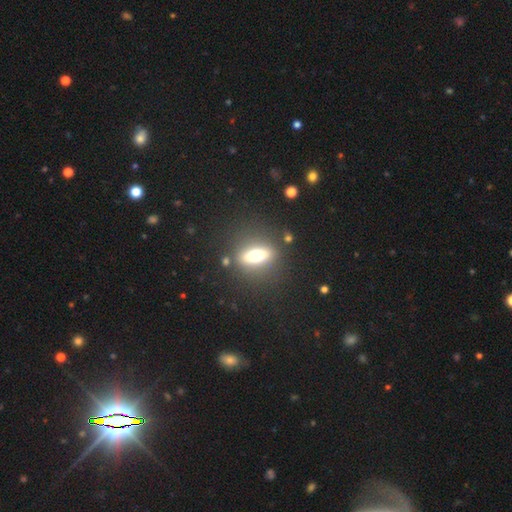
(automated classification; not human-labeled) Q: Smooth or featured?
A: smooth (54%); runner-up: featured or disk (35%)
Q: How rounded?
A: in between (58%); runner-up: cigar-shaped (31%)
Q: Merging?
A: none (79%); runner-up: minor disturbance (10%)